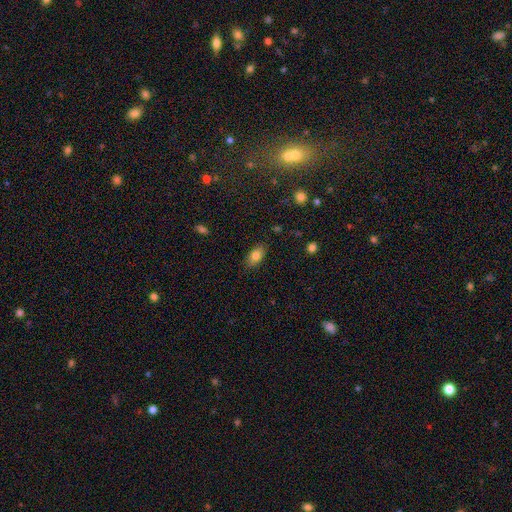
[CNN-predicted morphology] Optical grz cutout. It shows a smooth galaxy with no disk features (80%) that is in between round and cigar-shaped (89%). Merging: none (85%).